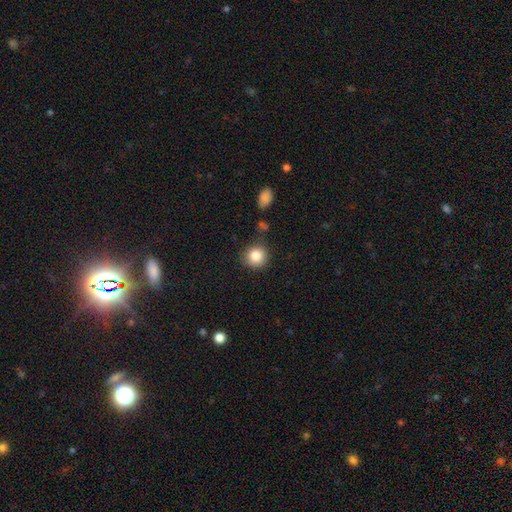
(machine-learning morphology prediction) Smooth or featured? smooth (83%)
How rounded? round (89%)
Merging? none (82%)